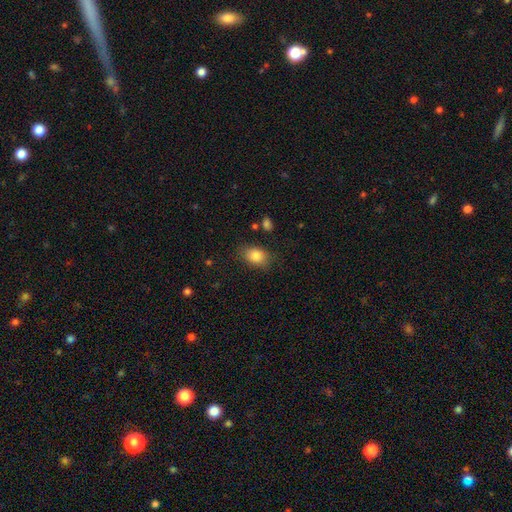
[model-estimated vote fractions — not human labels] smooth-or-featured: smooth: 84% | star or artifact: 9% | featured or disk: 7%
  how-rounded: in between: 75% | round: 24% | cigar-shaped: 1%
  merging: none: 79% | minor disturbance: 15% | major disturbance: 4% | merger: 2%